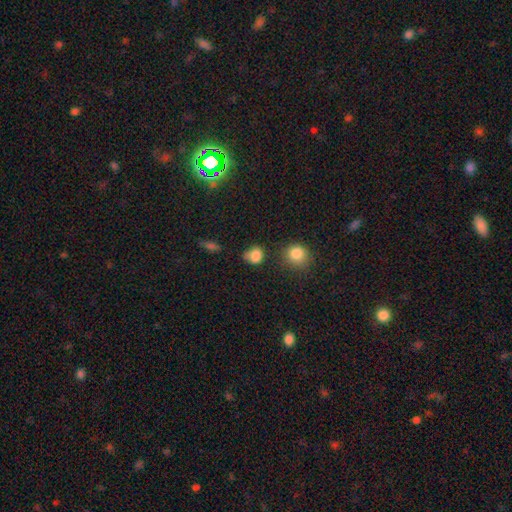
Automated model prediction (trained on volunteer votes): smooth 82%, star or artifact 12%, featured or disk 6%. Down the decision tree: how rounded — round (59%); merging — none (51%).